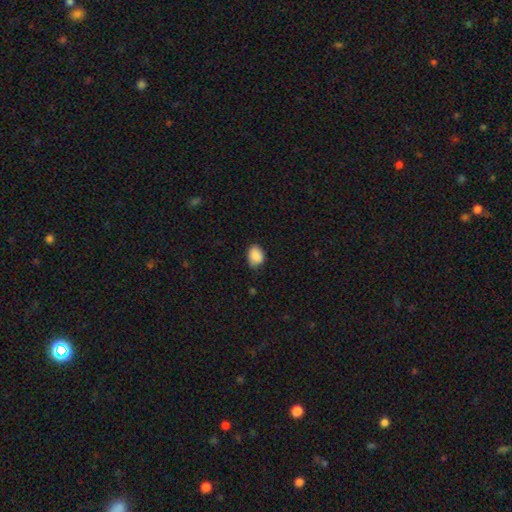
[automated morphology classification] Smooth or featured? smooth (89%)
How rounded? in between (66%)
Merging? none (73%)